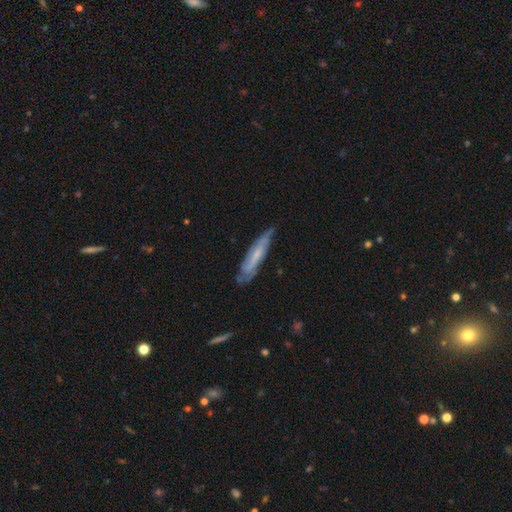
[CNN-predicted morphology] featured or disk 65%, smooth 29%, star or artifact 6%. Down the decision tree: edge-on disk — no (59%); merging — none (68%).